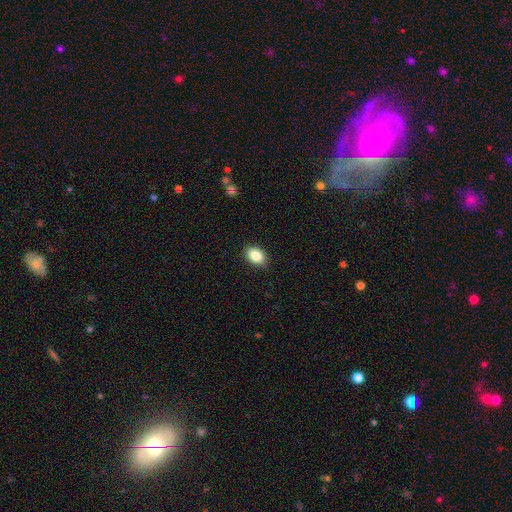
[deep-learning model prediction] Q: Smooth or featured?
A: smooth (87%); runner-up: star or artifact (8%)
Q: How rounded?
A: in between (81%); runner-up: round (18%)
Q: Merging?
A: none (88%); runner-up: minor disturbance (9%)